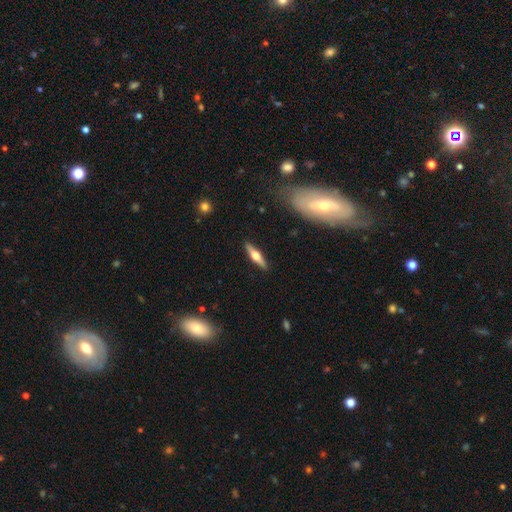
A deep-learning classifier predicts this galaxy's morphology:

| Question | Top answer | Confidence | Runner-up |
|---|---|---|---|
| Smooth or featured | featured or disk | 59% | smooth (35%) |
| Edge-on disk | yes | 95% | no (5%) |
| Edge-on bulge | rounded | 94% | boxy (4%) |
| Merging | none | 90% | minor disturbance (7%) |